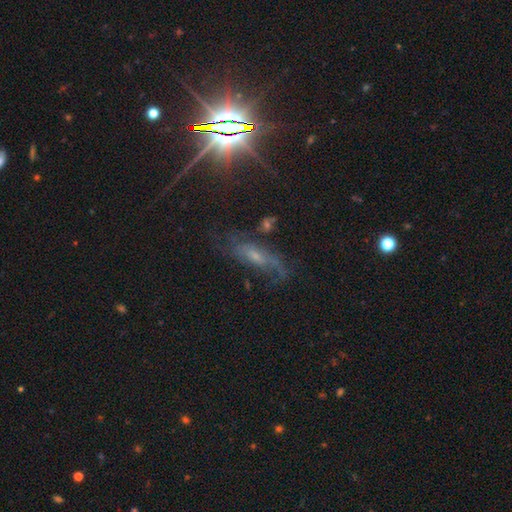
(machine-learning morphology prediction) type=featured or disk (54%); edge-on=no (70%); merging=none (57%).